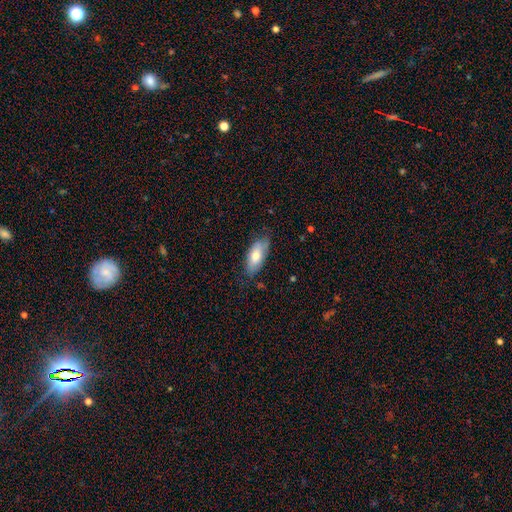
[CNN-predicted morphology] smooth_or_featured: smooth (p=0.72) [alt: featured or disk p=0.22]
how_rounded: in between (p=0.85) [alt: cigar-shaped p=0.13]
merging: none (p=0.73) [alt: minor disturbance p=0.22]